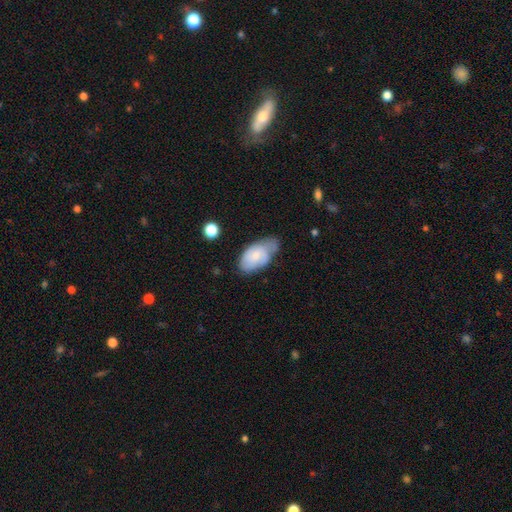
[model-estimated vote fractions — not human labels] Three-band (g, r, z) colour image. It shows a smooth galaxy with no disk features (53%) that is in between round and cigar-shaped (93%). Merging: none (44%).